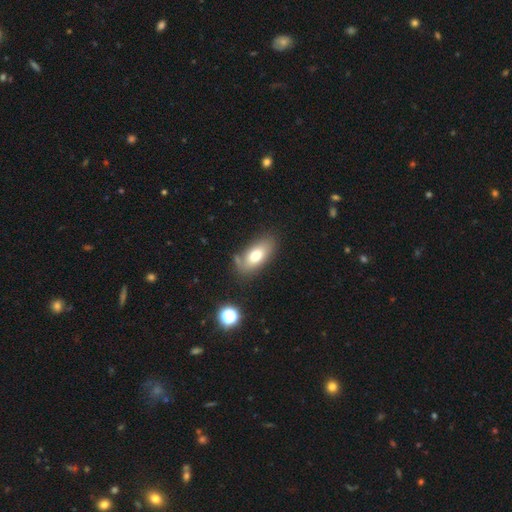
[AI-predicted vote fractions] Smooth or featured? smooth (71%)
How rounded? in between (89%)
Merging? none (70%)